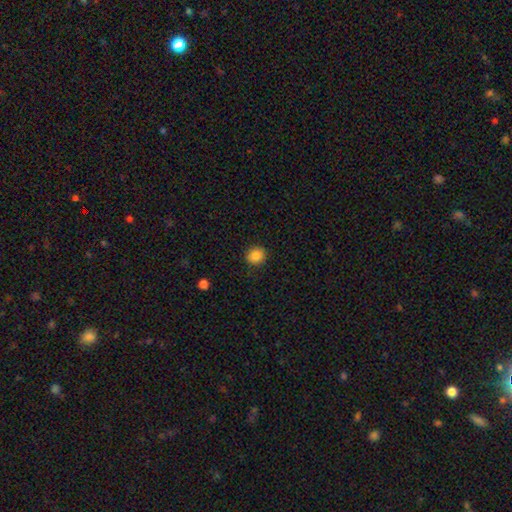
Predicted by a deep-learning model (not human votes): smooth-or-featured: smooth: 86% | star or artifact: 10% | featured or disk: 4%
  how-rounded: round: 83% | in between: 17% | cigar-shaped: 1%
  merging: none: 89% | minor disturbance: 8% | major disturbance: 2% | merger: 1%